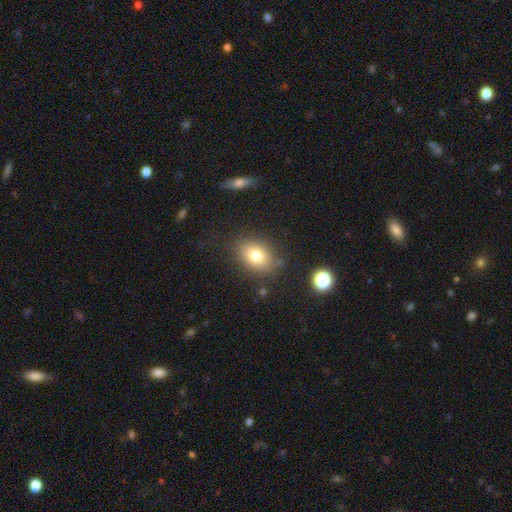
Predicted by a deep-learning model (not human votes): Smooth or featured? Predicted: smooth (p=0.78). How rounded? Predicted: in between (p=0.71). Merging? Predicted: none (p=0.80).